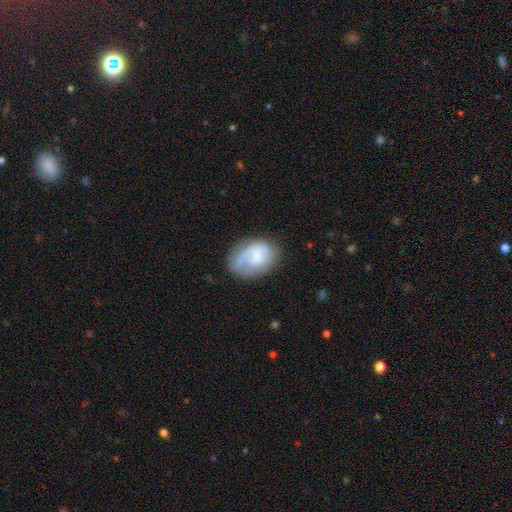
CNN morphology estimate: Smooth or featured?
  - smooth: 52% *
  - featured or disk: 41%
  - star or artifact: 7%
How rounded?
  - in between: 75% *
  - round: 24%
  - cigar-shaped: 1%
Merging?
  - none: 56% *
  - minor disturbance: 27%
  - major disturbance: 15%
  - merger: 2%